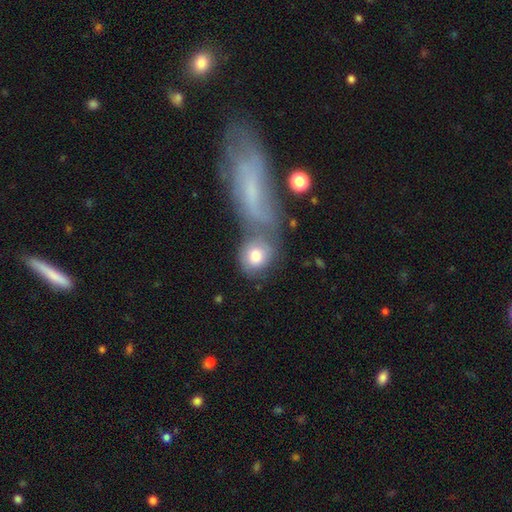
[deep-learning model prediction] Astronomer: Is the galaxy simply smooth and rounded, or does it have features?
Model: smooth — 75%.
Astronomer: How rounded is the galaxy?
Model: round — 62%.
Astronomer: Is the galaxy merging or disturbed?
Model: merger — 46% (runner-up: none, 32%).